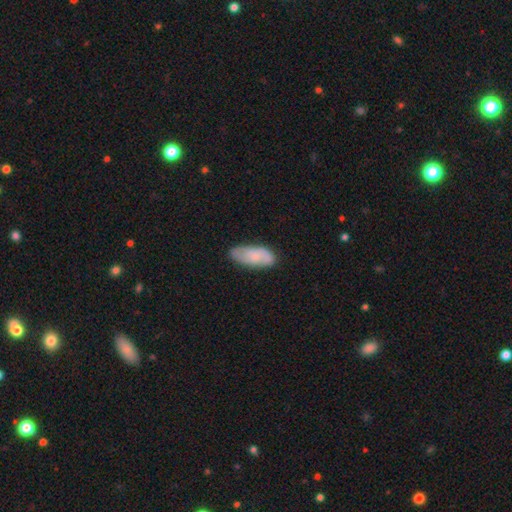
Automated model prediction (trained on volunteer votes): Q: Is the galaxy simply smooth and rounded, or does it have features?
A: smooth — 63%.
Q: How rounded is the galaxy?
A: in between — 85%.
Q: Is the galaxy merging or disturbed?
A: none — 76%.